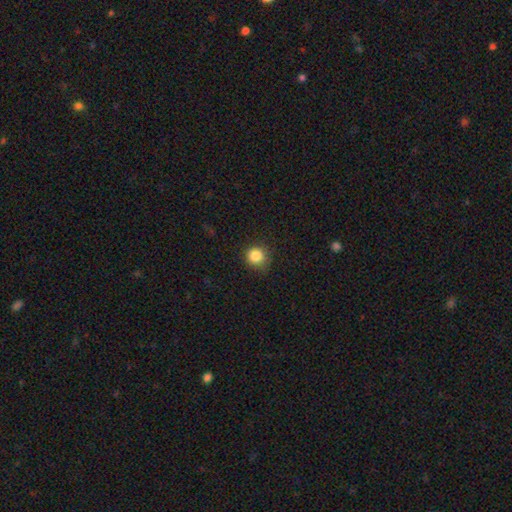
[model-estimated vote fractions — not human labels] The model was most divided on "merging": none: 84%, minor disturbance: 12%, major disturbance: 3%, merger: 1%. More confident: how rounded — round (92%); smooth or featured — smooth (85%).